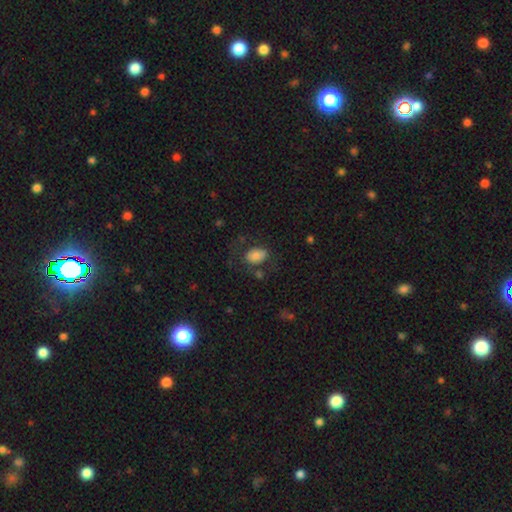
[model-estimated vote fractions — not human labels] smooth_or_featured: smooth (p=0.77) [alt: featured or disk p=0.14]
how_rounded: in between (p=0.83) [alt: round p=0.16]
merging: none (p=0.61) [alt: minor disturbance p=0.19]